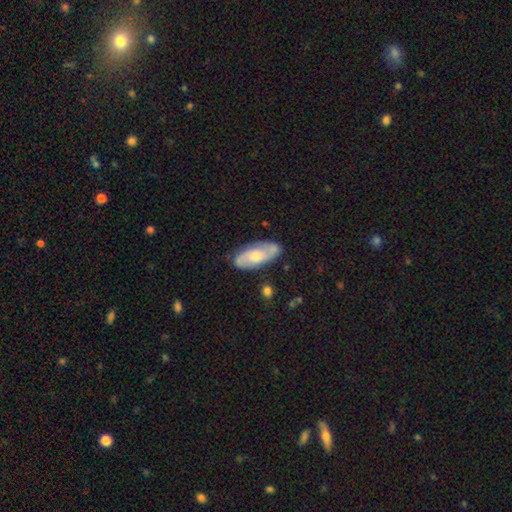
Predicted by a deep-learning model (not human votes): The model was most divided on "smooth or featured": featured or disk: 56%, smooth: 38%, star or artifact: 5%. More confident: edge-on disk — no (90%); spiral arms — yes (85%); merging — none (79%); bar — no (65%); bulge size — moderate (52%).